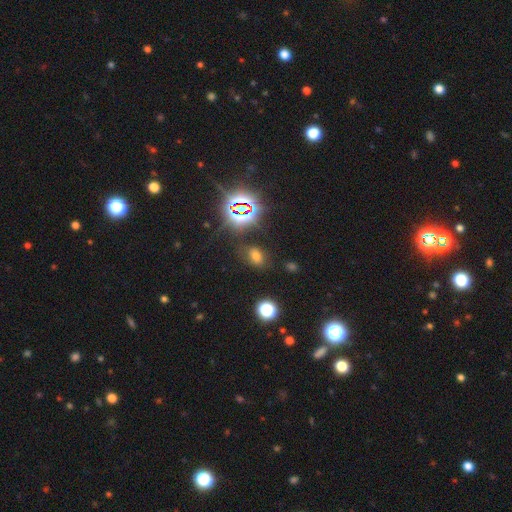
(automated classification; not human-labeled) smooth_or_featured: smooth (p=0.58) [alt: star or artifact p=0.33]
how_rounded: in between (p=0.79) [alt: round p=0.19]
merging: none (p=0.76) [alt: minor disturbance p=0.15]